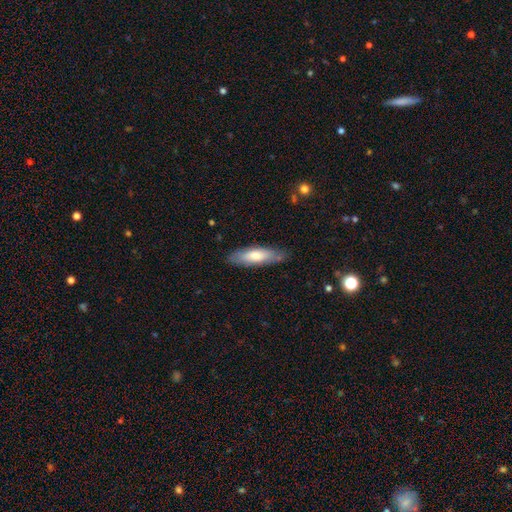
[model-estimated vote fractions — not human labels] A smooth galaxy with no disk features (72%) that is cigar-shaped (52%). Merging: none (80%).